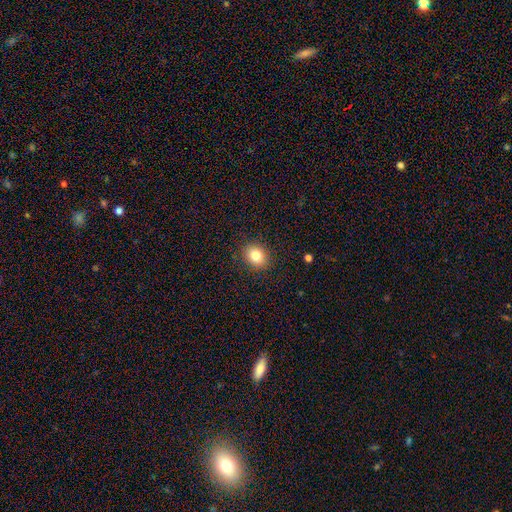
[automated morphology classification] Overall: smooth (82%). How rounded: round (50%; in between 49%). Merging: none (89%).